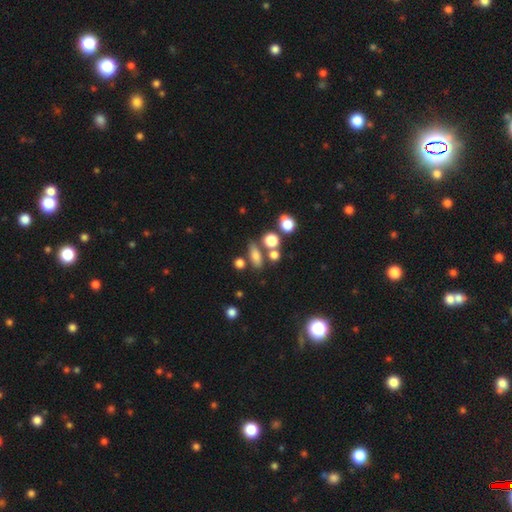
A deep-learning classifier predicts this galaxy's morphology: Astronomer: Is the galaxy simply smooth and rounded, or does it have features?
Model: smooth — 70%.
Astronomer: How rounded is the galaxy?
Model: in between — 58%.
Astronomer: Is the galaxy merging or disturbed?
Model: none — 66%.